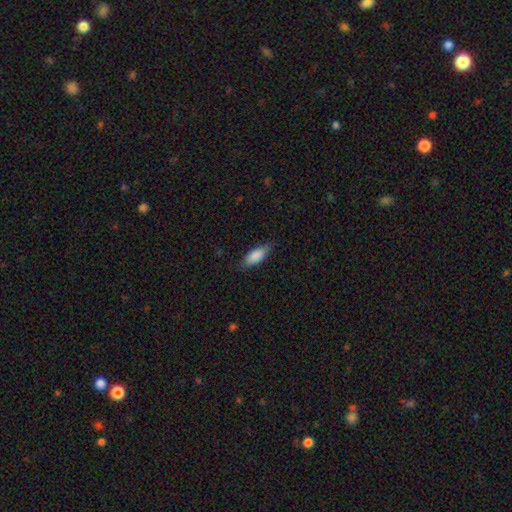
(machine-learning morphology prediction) smooth 84%, featured or disk 10%, star or artifact 6%. Down the decision tree: how rounded — in between (73%); merging — none (82%).